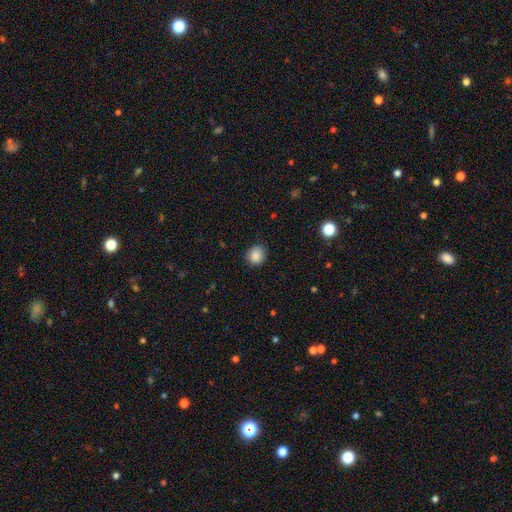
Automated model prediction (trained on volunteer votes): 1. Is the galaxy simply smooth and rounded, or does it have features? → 87% smooth, 9% star or artifact, 4% featured or disk.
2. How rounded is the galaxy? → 80% round, 19% in between, 1% cigar-shaped.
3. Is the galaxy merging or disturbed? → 84% none, 12% minor disturbance, 3% major disturbance, 1% merger.